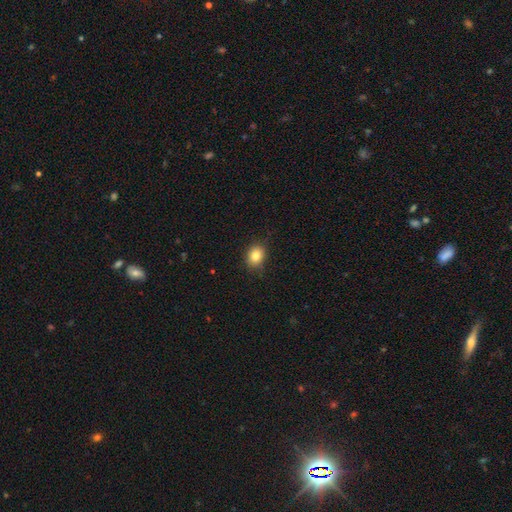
This is clearly a smooth galaxy (85%). How rounded: possibly in between (53%). Merging: likely none (75%).